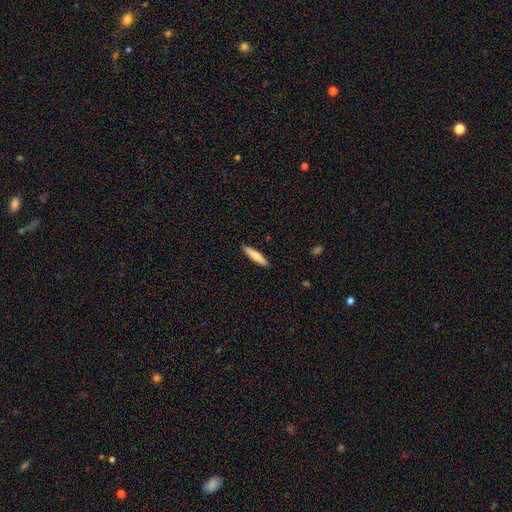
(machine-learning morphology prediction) smooth_or_featured: smooth (p=0.73) [alt: featured or disk p=0.21]
how_rounded: cigar-shaped (p=0.85) [alt: in between p=0.14]
merging: none (p=0.90) [alt: minor disturbance p=0.07]